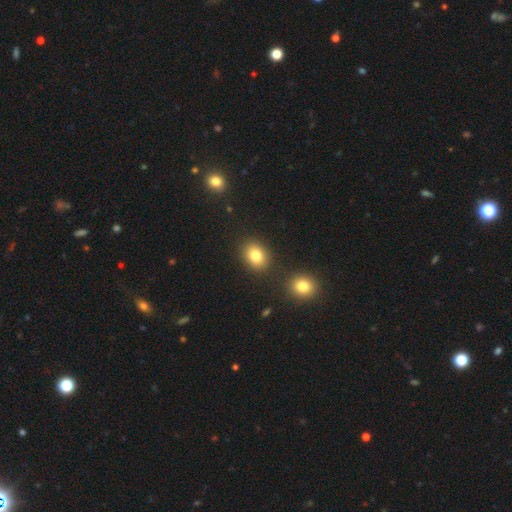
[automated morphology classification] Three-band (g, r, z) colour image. It shows a smooth galaxy with no disk features (81%) that is round (50%). Merging: none (83%).